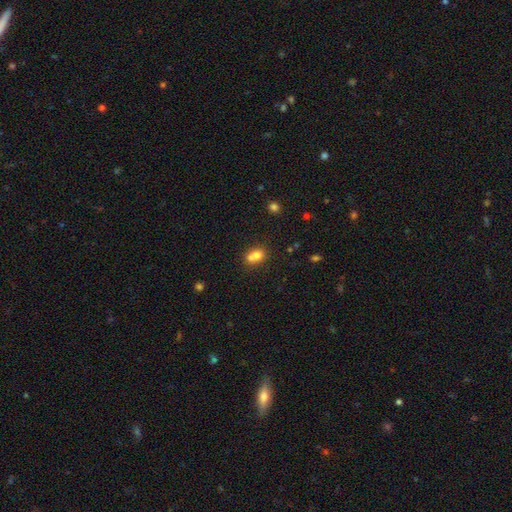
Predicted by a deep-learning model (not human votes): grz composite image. It shows a smooth galaxy with no disk features (71%) that is round (51%). Merging: merger (57%).